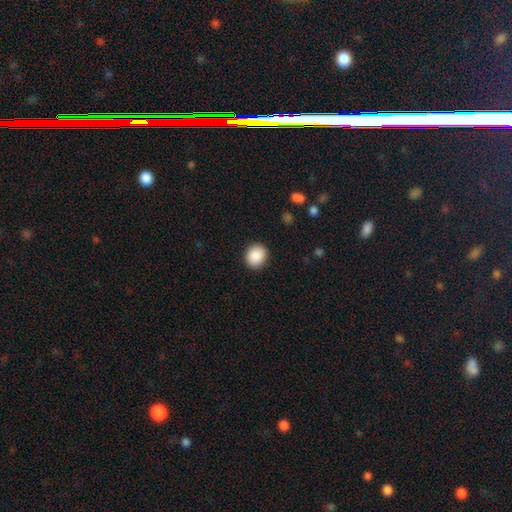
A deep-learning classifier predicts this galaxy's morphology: A smooth galaxy with no disk features (89%) that is round (69%). Merging: none (90%).